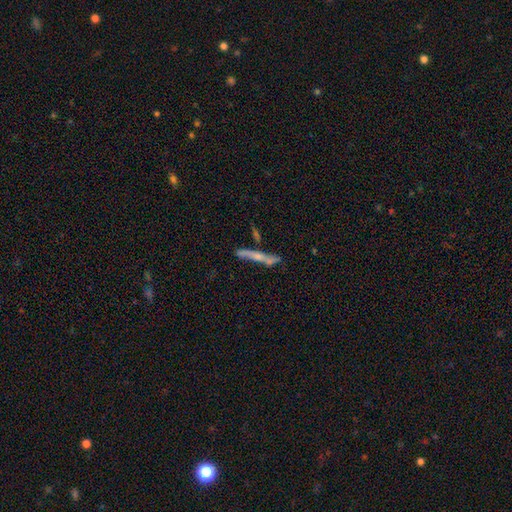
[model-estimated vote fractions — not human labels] Overall: featured or disk (48%; smooth 45%). Merging: none (59%; minor disturbance 20%).